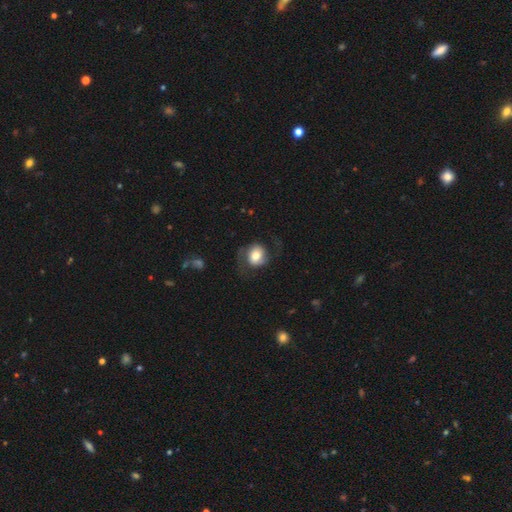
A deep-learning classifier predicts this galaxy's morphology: type=featured or disk (52%); edge-on=no (97%); bar=no (59%); spiral arms=yes (85%); bulge=moderate (54%); merging=none (63%).